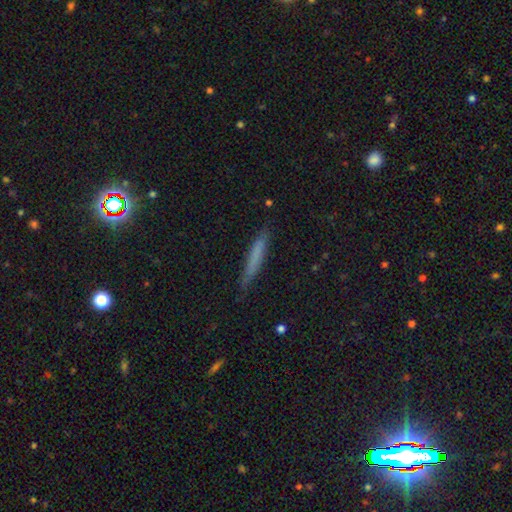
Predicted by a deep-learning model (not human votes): The model was most divided on "smooth or featured": smooth: 68%, featured or disk: 24%, star or artifact: 8%. More confident: how rounded — cigar-shaped (95%); merging — none (82%).